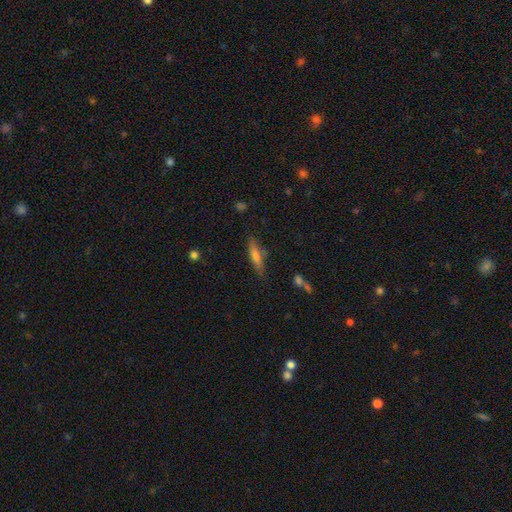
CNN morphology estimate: A smooth galaxy with no disk features (63%) that is cigar-shaped (73%).

Vote fractions:
- Smooth or featured? smooth: 63% / featured or disk: 29% / star or artifact: 8%
- How rounded? cigar-shaped: 73% / in between: 25% / round: 2%
- Merging? none: 76% / minor disturbance: 17% / major disturbance: 4% / merger: 3%